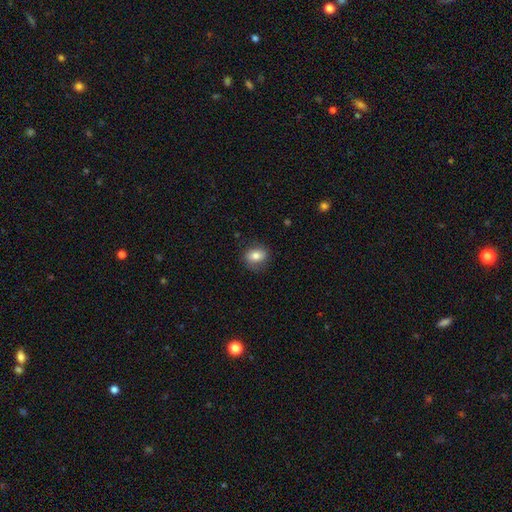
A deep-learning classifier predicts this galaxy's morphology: Overall: smooth (77%). How rounded: in between (59%; round 40%). Merging: none (80%).